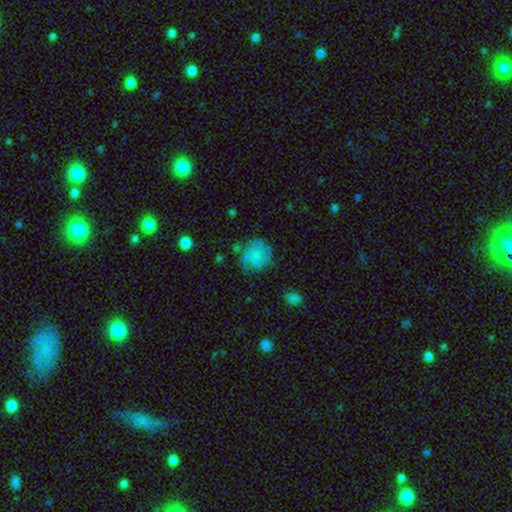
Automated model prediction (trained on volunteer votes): smooth-or-featured: featured or disk: 64% | smooth: 28% | star or artifact: 8%
  disk-edge-on: no: 98% | yes: 2%
    bar: no: 76% | weak: 21% | strong: 3%
    has-spiral-arms: yes: 90% | no: 10%
      spiral-winding: tight: 47% | medium: 39% | loose: 14%
      spiral-arm-count: 3: 33% | can't tell: 24% | 2: 24% | 4: 8% | 1: 6% | more than 4: 5%
    bulge-size: none: 47% | small: 31% | moderate: 16% | large: 5% | dominant: 2%
  merging: none: 66% | minor disturbance: 21% | major disturbance: 11% | merger: 2%